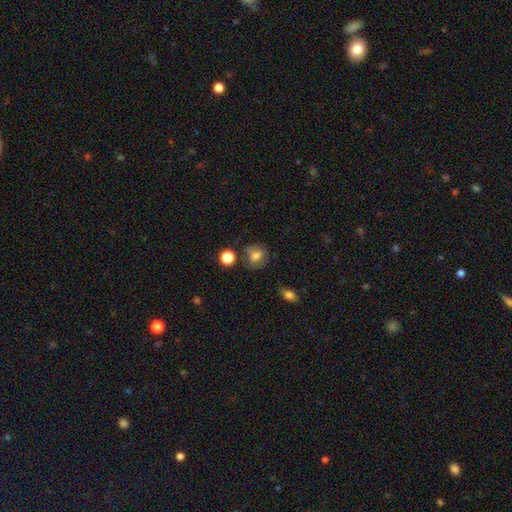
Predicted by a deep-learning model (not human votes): The model was most divided on "how rounded": round: 55%, in between: 43%, cigar-shaped: 2%. More confident: smooth or featured — smooth (68%); merging — none (59%).